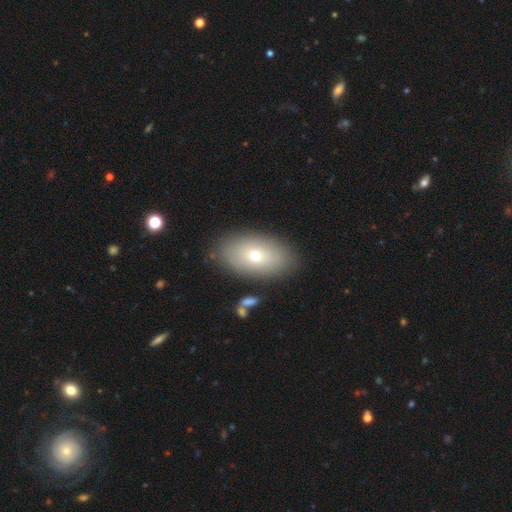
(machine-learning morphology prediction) Smooth or featured?
  - smooth: 67% *
  - featured or disk: 24%
  - star or artifact: 10%
How rounded?
  - in between: 91% *
  - round: 7%
  - cigar-shaped: 2%
Merging?
  - none: 85% *
  - minor disturbance: 9%
  - major disturbance: 3%
  - merger: 2%